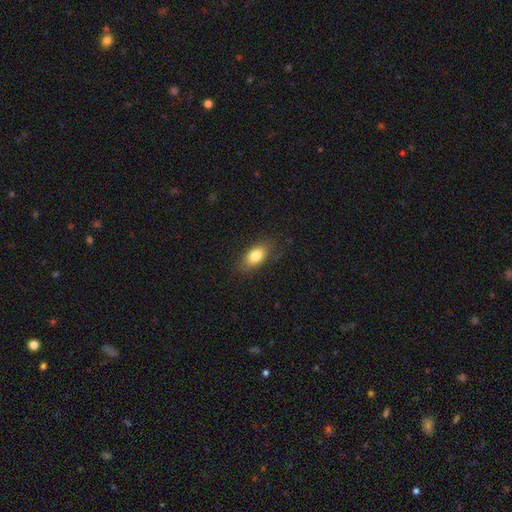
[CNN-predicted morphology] Smooth or featured? Predicted: smooth (p=0.82). How rounded? Predicted: in between (p=0.87). Merging? Predicted: none (p=0.82).